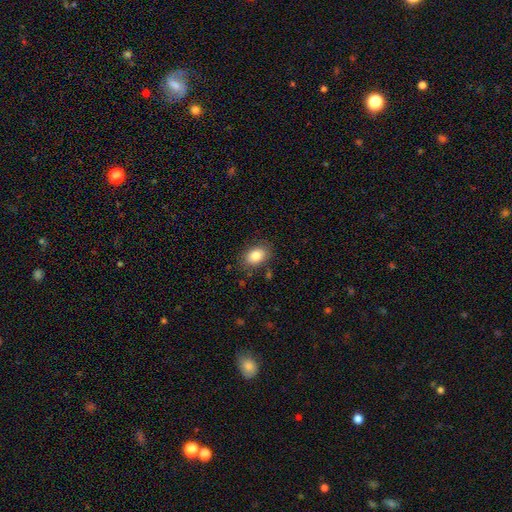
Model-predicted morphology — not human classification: Smooth or featured? Predicted: smooth (p=0.83). How rounded? Predicted: in between (p=0.80). Merging? Predicted: none (p=0.83).